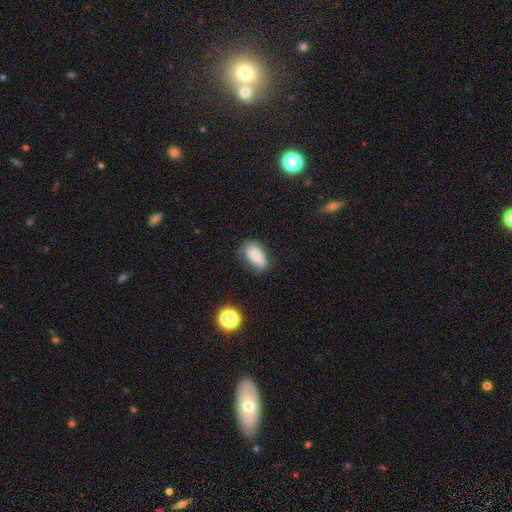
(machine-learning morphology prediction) Q: Smooth or featured?
A: smooth (73%); runner-up: featured or disk (18%)
Q: How rounded?
A: in between (91%); runner-up: round (7%)
Q: Merging?
A: none (57%); runner-up: minor disturbance (31%)